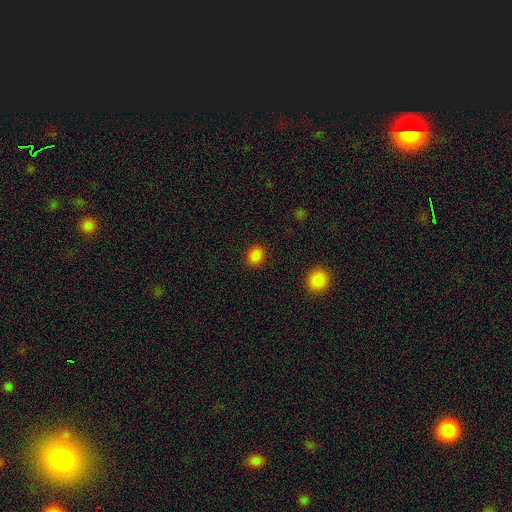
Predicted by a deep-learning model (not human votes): smooth_or_featured: smooth (p=0.85) [alt: star or artifact p=0.12]
how_rounded: round (p=0.58) [alt: in between p=0.41]
merging: none (p=0.89) [alt: minor disturbance p=0.07]